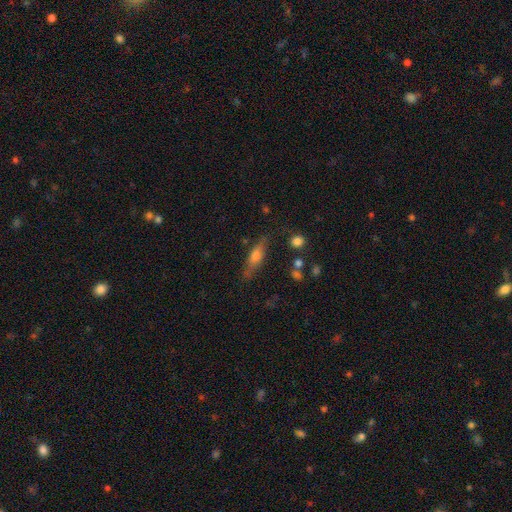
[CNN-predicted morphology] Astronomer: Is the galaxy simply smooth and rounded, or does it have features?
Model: smooth — 54% (runner-up: featured or disk, 38%).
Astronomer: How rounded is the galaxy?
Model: cigar-shaped — 60% (runner-up: in between, 36%).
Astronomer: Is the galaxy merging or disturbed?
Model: none — 75%.